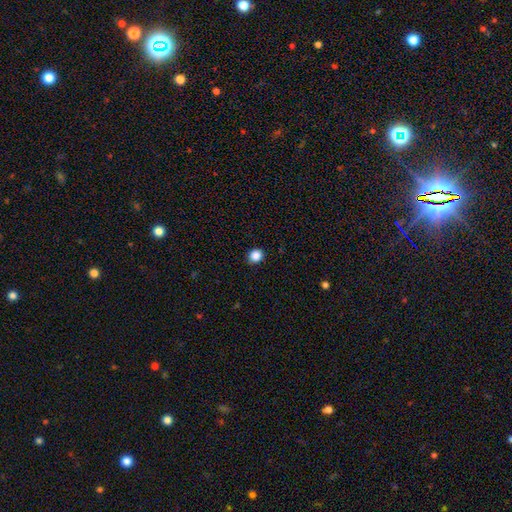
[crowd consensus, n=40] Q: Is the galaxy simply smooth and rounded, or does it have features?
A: smooth — 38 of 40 (95%).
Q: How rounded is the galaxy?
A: round — 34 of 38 (89%).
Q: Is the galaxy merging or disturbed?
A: none — 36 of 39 (92%).